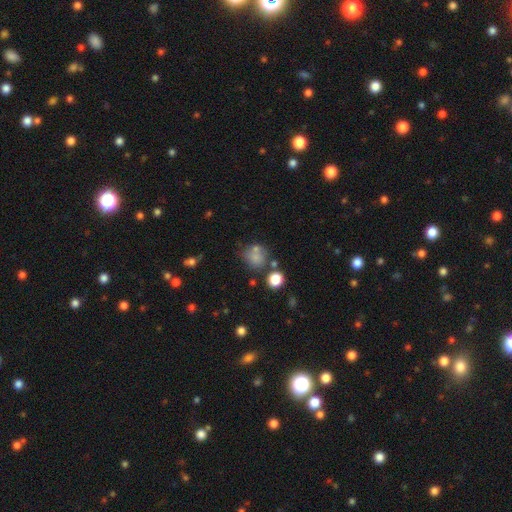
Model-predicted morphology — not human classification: smooth-or-featured: smooth: 73% | star or artifact: 15% | featured or disk: 12%
  how-rounded: round: 79% | in between: 20% | cigar-shaped: 1%
  merging: none: 55% | merger: 20% | minor disturbance: 17% | major disturbance: 8%